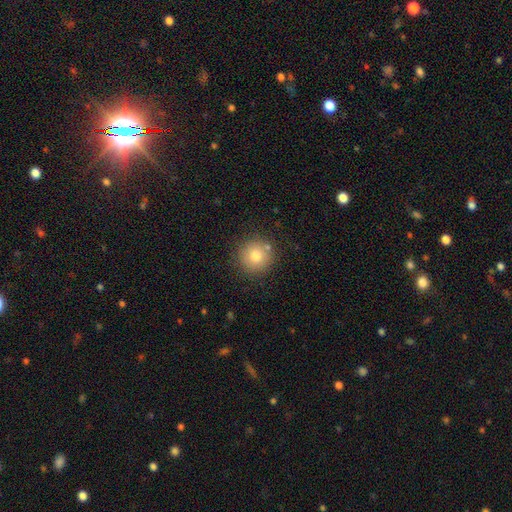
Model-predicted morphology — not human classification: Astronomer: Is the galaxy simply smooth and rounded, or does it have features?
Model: smooth — 77%.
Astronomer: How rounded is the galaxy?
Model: round — 95%.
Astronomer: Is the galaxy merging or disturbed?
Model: none — 84%.